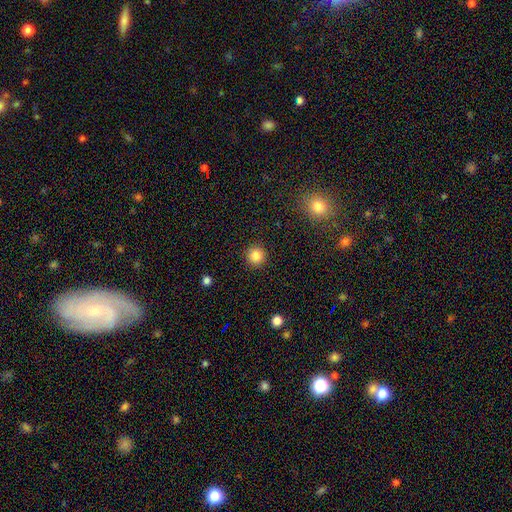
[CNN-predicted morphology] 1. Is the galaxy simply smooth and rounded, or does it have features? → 84% smooth, 11% star or artifact, 5% featured or disk.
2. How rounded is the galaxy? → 95% round, 4% in between, 1% cigar-shaped.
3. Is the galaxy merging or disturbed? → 92% none, 5% minor disturbance, 2% major disturbance, 1% merger.